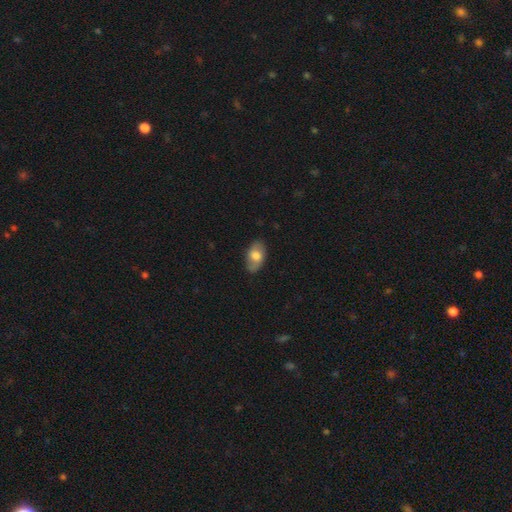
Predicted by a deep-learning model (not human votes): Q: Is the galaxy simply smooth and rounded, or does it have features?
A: smooth — 69%.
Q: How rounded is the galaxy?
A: in between — 92%.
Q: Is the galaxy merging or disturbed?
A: none — 79%.